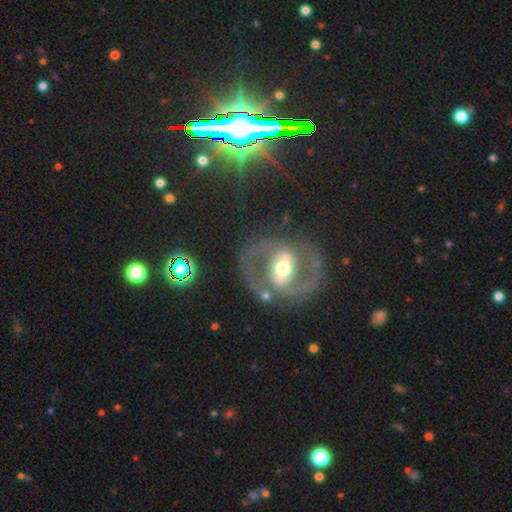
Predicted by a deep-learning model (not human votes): smooth-or-featured: featured or disk: 82% | star or artifact: 9% | smooth: 9%
  disk-edge-on: no: 95% | yes: 5%
    bar: strong: 52% | weak: 32% | no: 16%
    has-spiral-arms: yes: 84% | no: 16%
      spiral-winding: medium: 53% | tight: 31% | loose: 16%
      spiral-arm-count: 2: 89% | can't tell: 6% | 1: 2% | 3: 1% | 4: 1% | more than 4: 1%
    bulge-size: moderate: 61% | small: 24% | large: 12% | dominant: 2% | none: 1%
  merging: none: 79% | minor disturbance: 11% | major disturbance: 8% | merger: 2%